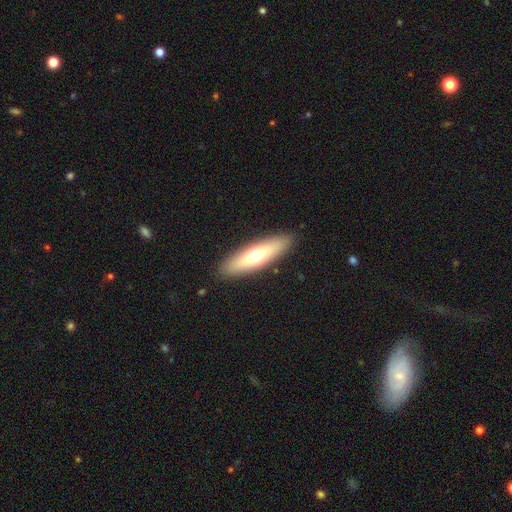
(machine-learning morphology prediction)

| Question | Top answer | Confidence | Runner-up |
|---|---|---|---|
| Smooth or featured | smooth | 59% | featured or disk (34%) |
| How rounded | cigar-shaped | 65% | in between (34%) |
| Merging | none | 89% | minor disturbance (8%) |